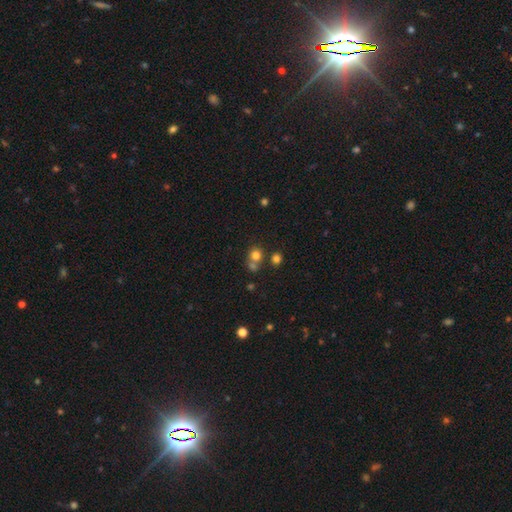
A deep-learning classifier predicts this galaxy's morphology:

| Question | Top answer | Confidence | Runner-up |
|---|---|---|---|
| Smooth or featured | smooth | 75% | star or artifact (16%) |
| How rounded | round | 86% | in between (13%) |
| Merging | none | 55% | merger (33%) |